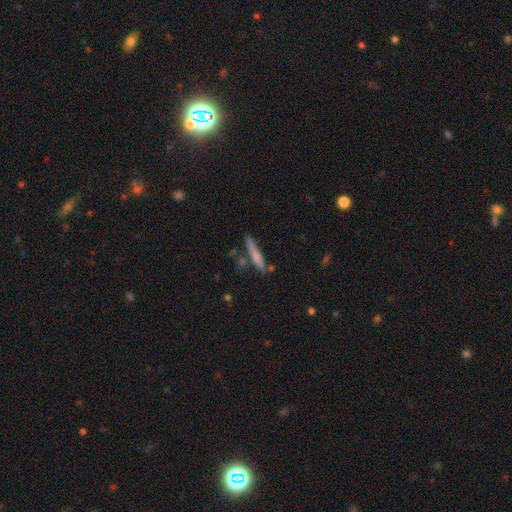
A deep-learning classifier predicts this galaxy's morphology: This is likely a smooth galaxy (65%). How rounded: clearly cigar-shaped (93%). Merging: likely none (76%).